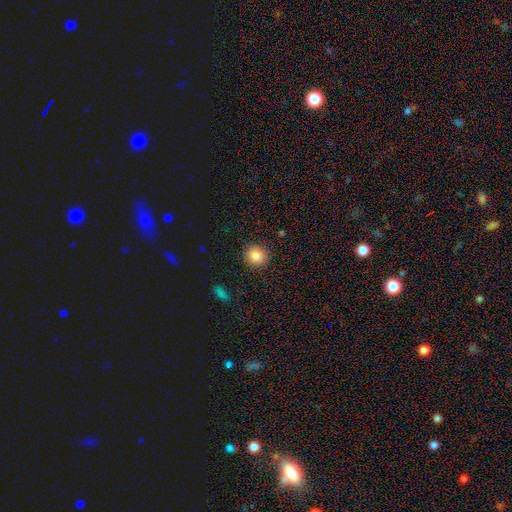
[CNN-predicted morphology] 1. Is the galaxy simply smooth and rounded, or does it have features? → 86% smooth, 9% star or artifact, 5% featured or disk.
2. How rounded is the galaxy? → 83% round, 16% in between, 1% cigar-shaped.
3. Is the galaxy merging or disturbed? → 89% none, 7% minor disturbance, 2% major disturbance, 1% merger.